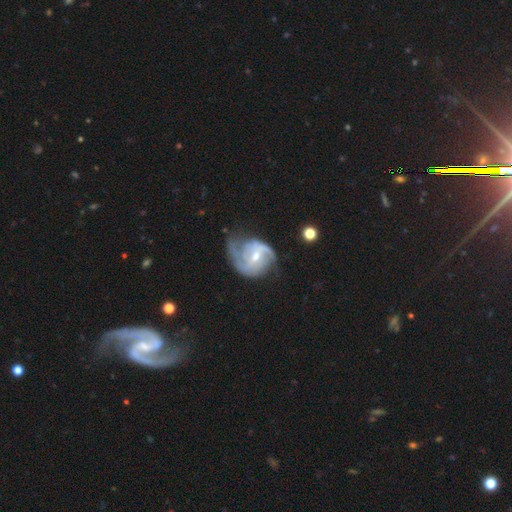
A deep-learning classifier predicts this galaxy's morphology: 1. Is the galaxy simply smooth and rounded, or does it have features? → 86% featured or disk, 8% smooth, 6% star or artifact.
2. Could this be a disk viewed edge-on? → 97% no, 3% yes.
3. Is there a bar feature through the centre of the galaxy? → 46% weak, 31% no, 23% strong.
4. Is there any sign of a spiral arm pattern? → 95% yes, 5% no.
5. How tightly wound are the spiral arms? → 45% medium, 31% tight, 24% loose.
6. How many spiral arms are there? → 62% 2, 13% 3, 13% can't tell, 7% 1, 3% 4, 3% more than 4.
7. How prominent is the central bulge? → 51% moderate, 46% small, 2% large, 1% none, 1% dominant.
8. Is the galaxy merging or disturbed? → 52% none, 27% minor disturbance, 19% major disturbance, 3% merger.